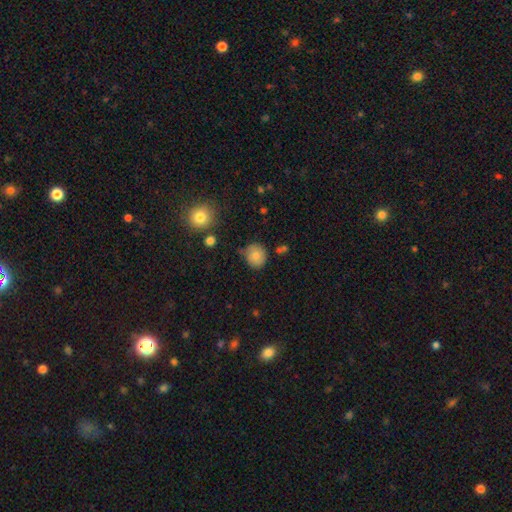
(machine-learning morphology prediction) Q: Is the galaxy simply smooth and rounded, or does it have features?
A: smooth — 81%.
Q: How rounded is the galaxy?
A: round — 84%.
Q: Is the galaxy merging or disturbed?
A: none — 72%.